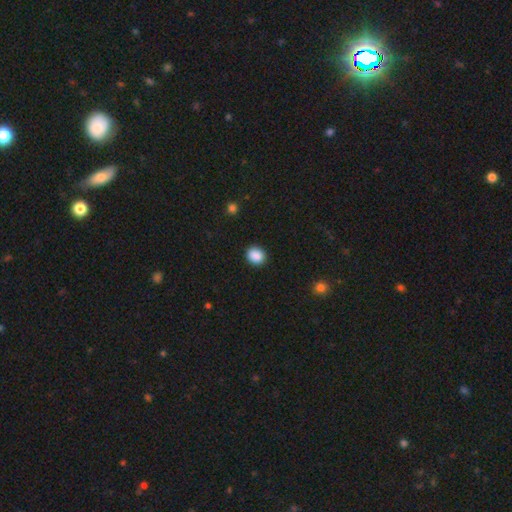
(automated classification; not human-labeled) Overall: smooth (89%). How rounded: round (69%; in between 30%). Merging: none (90%).